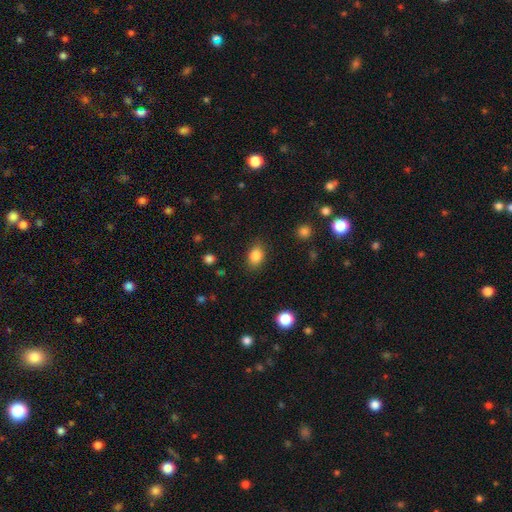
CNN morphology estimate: type=smooth (84%); roundness=in between (75%); merging=none (84%).